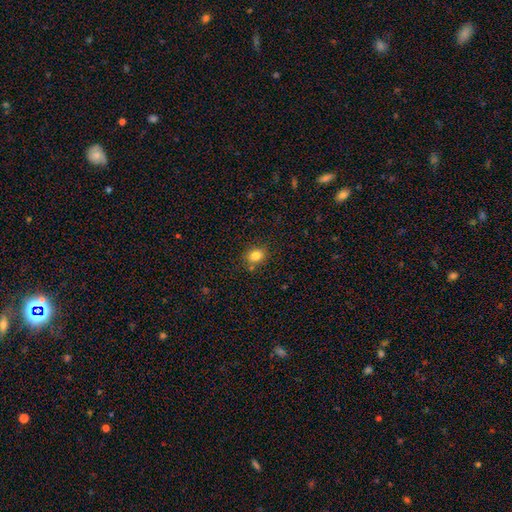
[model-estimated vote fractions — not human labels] Q: Smooth or featured?
A: smooth (83%); runner-up: star or artifact (11%)
Q: How rounded?
A: in between (51%); runner-up: round (48%)
Q: Merging?
A: none (78%); runner-up: minor disturbance (12%)